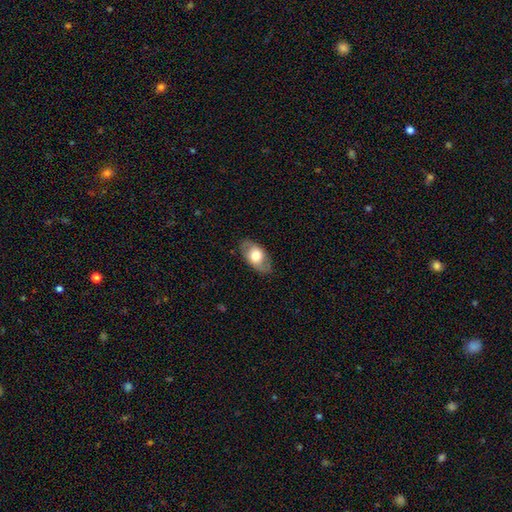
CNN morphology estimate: A smooth galaxy with no disk features (59%) that is in between round and cigar-shaped (90%).

Vote fractions:
- Smooth or featured? smooth: 59% / featured or disk: 35% / star or artifact: 6%
- How rounded? in between: 90% / round: 7% / cigar-shaped: 3%
- Merging? none: 82% / minor disturbance: 13% / major disturbance: 4% / merger: 1%